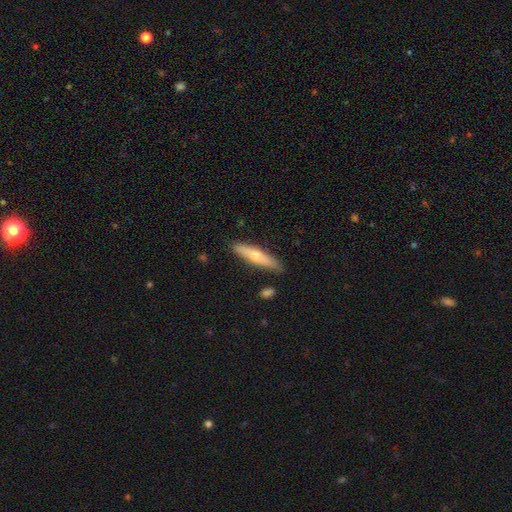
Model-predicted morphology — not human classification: Smooth or featured? smooth (60%)
How rounded? cigar-shaped (84%)
Merging? none (84%)